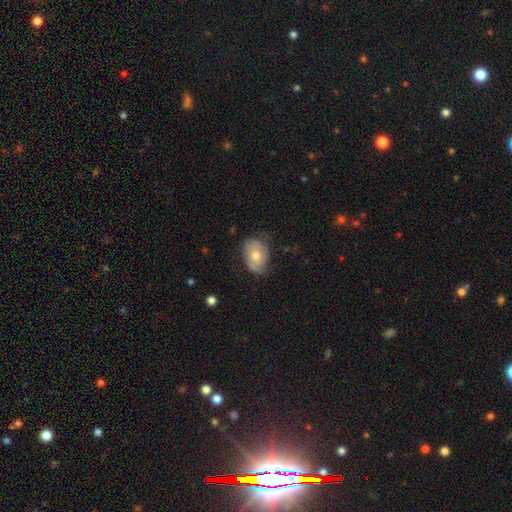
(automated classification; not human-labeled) This appears to be a smooth galaxy with no disk features (54%) that is in between round and cigar-shaped (75%). Merging: none (59%).